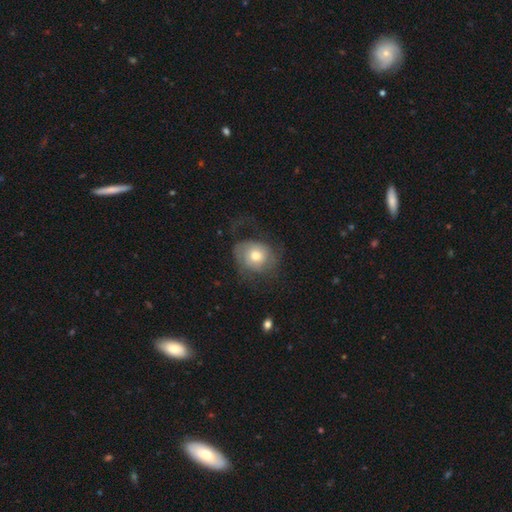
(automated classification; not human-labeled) Overall: smooth (54%; featured or disk 37%). How rounded: round (68%; in between 31%). Merging: none (43%; major disturbance 34%).